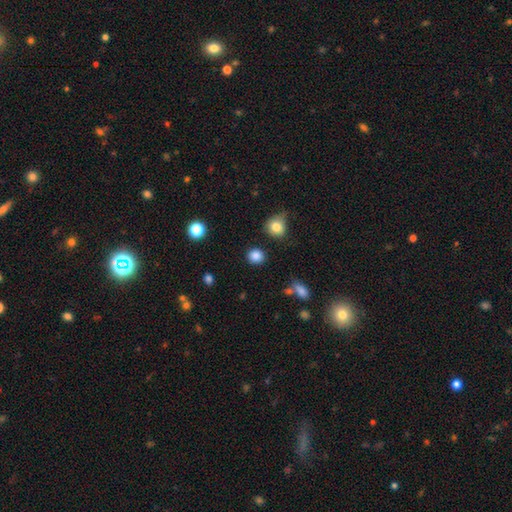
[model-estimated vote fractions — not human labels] This appears to be a smooth galaxy with no disk features (86%) that is round (80%). Merging: none (86%).